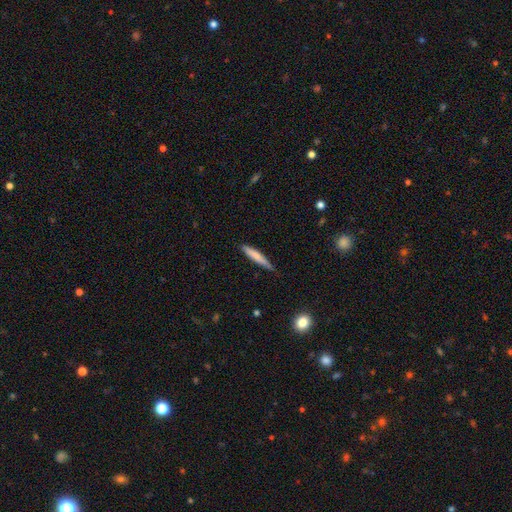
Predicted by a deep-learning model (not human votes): smooth_or_featured: smooth (p=0.73) [alt: featured or disk p=0.21]
how_rounded: cigar-shaped (p=0.92) [alt: in between p=0.07]
merging: none (p=0.77) [alt: minor disturbance p=0.19]